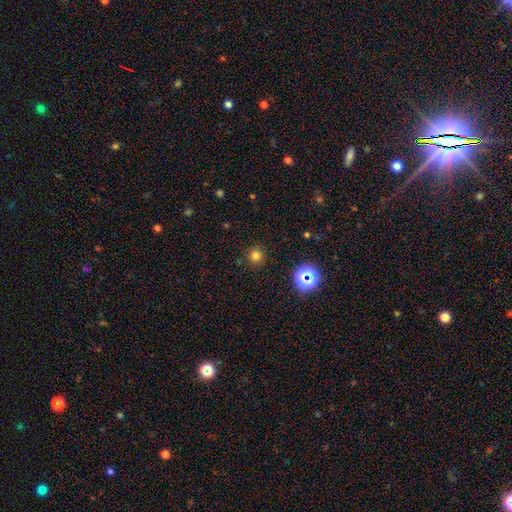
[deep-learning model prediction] Q: Smooth or featured?
A: smooth (75%); runner-up: star or artifact (19%)
Q: How rounded?
A: round (94%); runner-up: in between (5%)
Q: Merging?
A: none (88%); runner-up: minor disturbance (7%)